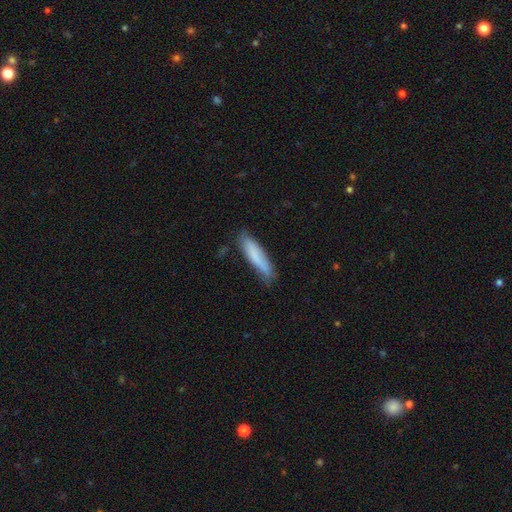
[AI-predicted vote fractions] A smooth galaxy with no disk features (78%) that is cigar-shaped (82%).

Vote fractions:
- Smooth or featured? smooth: 78% / featured or disk: 16% / star or artifact: 6%
- How rounded? cigar-shaped: 82% / in between: 17% / round: 1%
- Merging? none: 71% / minor disturbance: 23% / major disturbance: 4% / merger: 2%